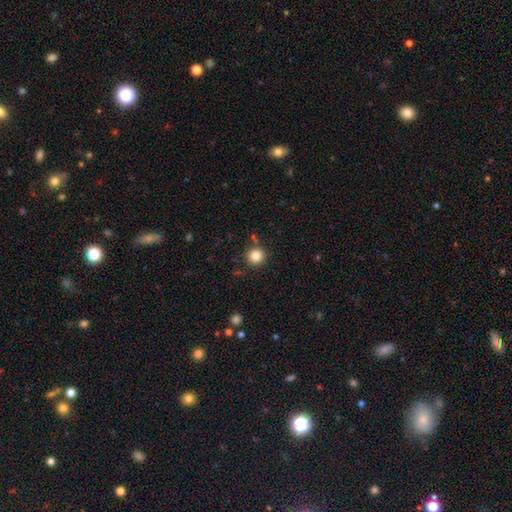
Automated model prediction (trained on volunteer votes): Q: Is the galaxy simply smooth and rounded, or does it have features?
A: smooth — 84%.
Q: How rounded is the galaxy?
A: round — 94%.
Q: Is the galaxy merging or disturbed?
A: none — 86%.